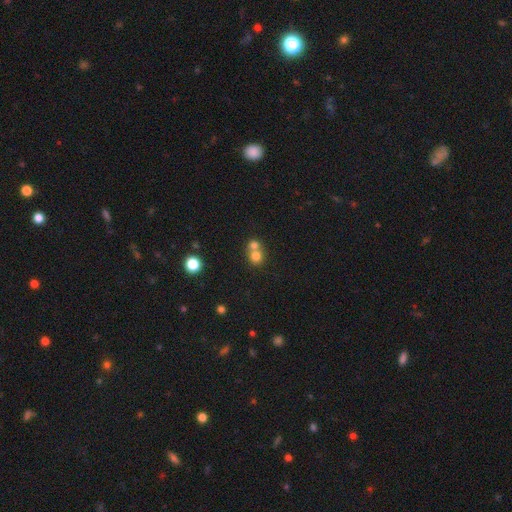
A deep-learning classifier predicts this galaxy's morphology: type=smooth (75%); roundness=round (85%); merging=merger (56%).